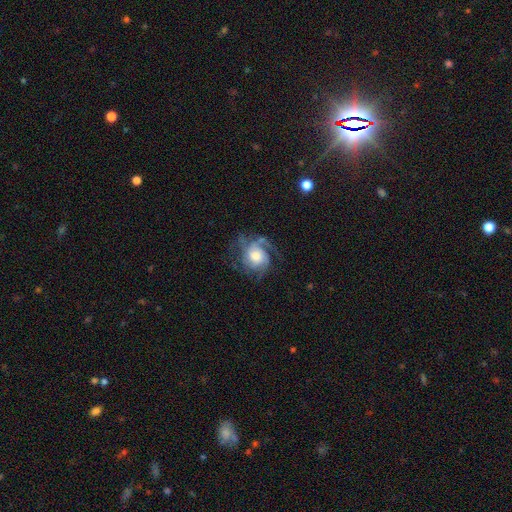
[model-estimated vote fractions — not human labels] Smooth or featured? Predicted: featured or disk (p=0.81). Edge-on disk? Predicted: no (p=0.98). Bar? Predicted: no (p=0.74). Spiral arms? Predicted: yes (p=0.95). Spiral winding? Predicted: tight (p=0.42). Spiral arm count? Predicted: 3 (p=0.35). Bulge size? Predicted: moderate (p=0.48). Merging? Predicted: none (p=0.63).